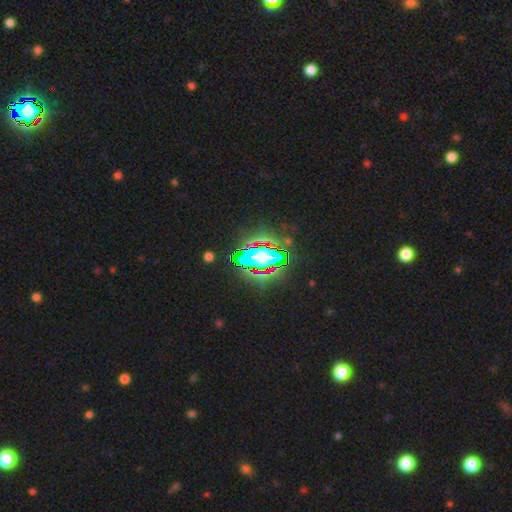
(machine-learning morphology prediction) This appears to be a star or artifact, not a galaxy (74%).